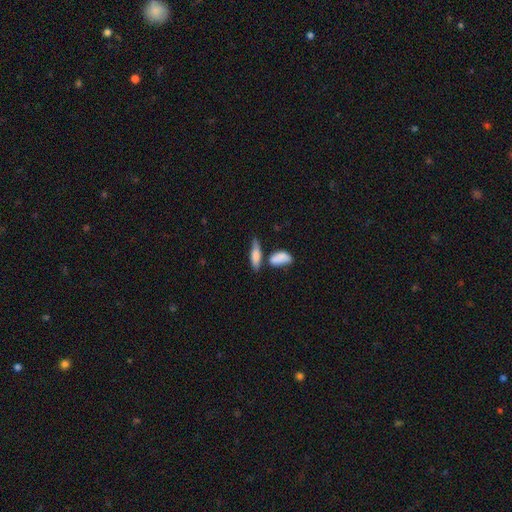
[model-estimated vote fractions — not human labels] smooth-or-featured: smooth: 73% | featured or disk: 20% | star or artifact: 7%
  how-rounded: in between: 59% | cigar-shaped: 37% | round: 3%
  merging: none: 39% | merger: 32% | minor disturbance: 20% | major disturbance: 9%